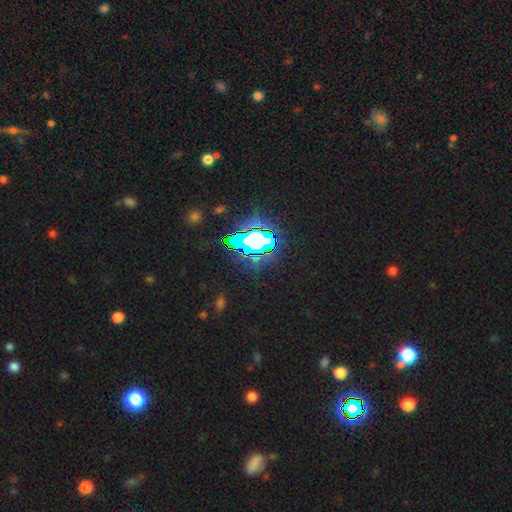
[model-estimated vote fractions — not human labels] Smooth or featured?
  - star or artifact: 81% *
  - smooth: 11%
  - featured or disk: 7%